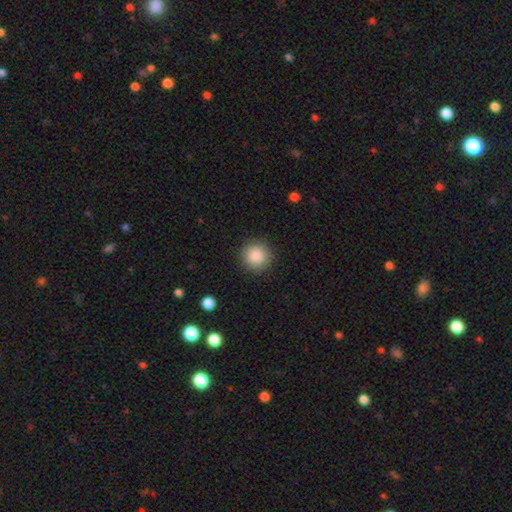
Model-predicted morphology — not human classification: Q: Smooth or featured?
A: smooth (88%); runner-up: star or artifact (9%)
Q: How rounded?
A: round (95%); runner-up: in between (4%)
Q: Merging?
A: none (91%); runner-up: minor disturbance (6%)